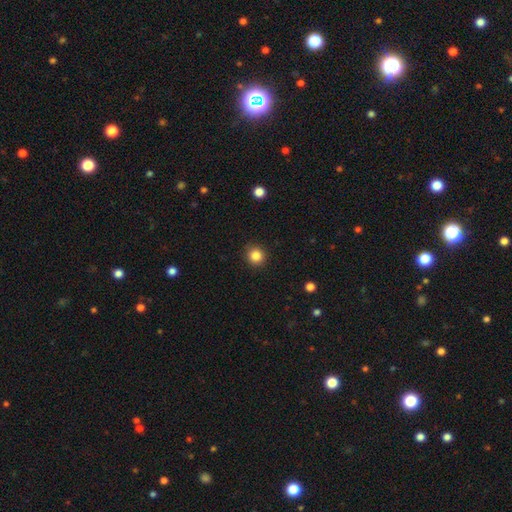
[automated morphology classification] This appears to be a smooth galaxy with no disk features (85%) that is round (93%). Merging: none (92%).